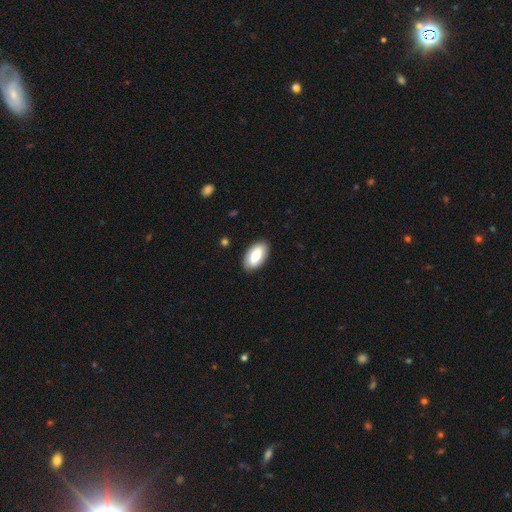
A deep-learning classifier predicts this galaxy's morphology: A smooth galaxy with no disk features (76%) that is in between round and cigar-shaped (94%).

Vote fractions:
- Smooth or featured? smooth: 76% / featured or disk: 18% / star or artifact: 6%
- How rounded? in between: 94% / cigar-shaped: 3% / round: 3%
- Merging? none: 88% / minor disturbance: 9% / major disturbance: 2% / merger: 1%